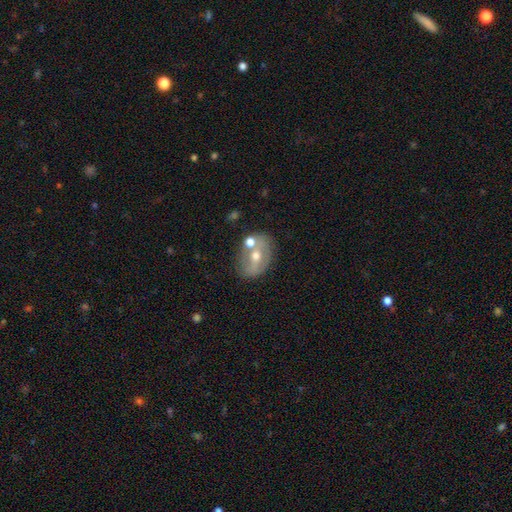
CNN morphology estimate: featured or disk 61%, smooth 30%, star or artifact 9%. Down the decision tree: edge-on disk — no (93%); bar — no (37%); spiral arms — no (55%); bulge size — moderate (69%); merging — none (63%).